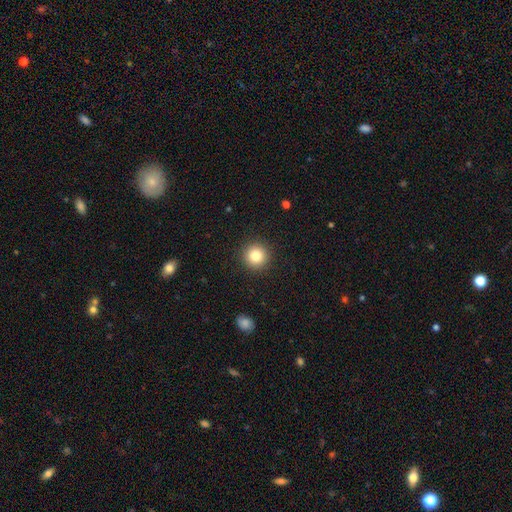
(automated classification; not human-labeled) This is clearly a smooth galaxy (84%). How rounded: clearly round (95%). Merging: clearly none (92%).